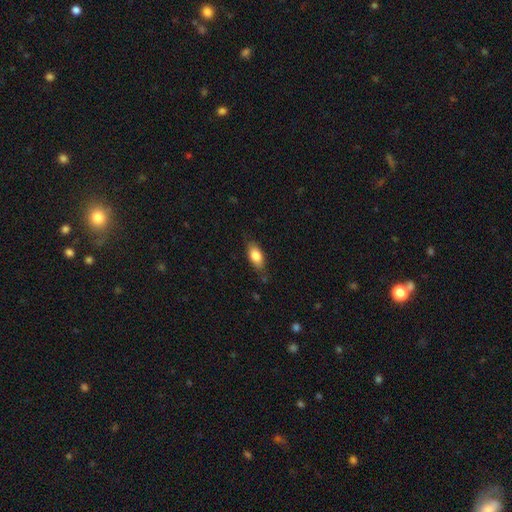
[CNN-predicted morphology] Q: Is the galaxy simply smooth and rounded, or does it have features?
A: smooth — 80%.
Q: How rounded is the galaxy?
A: in between — 85%.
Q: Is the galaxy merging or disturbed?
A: none — 77%.